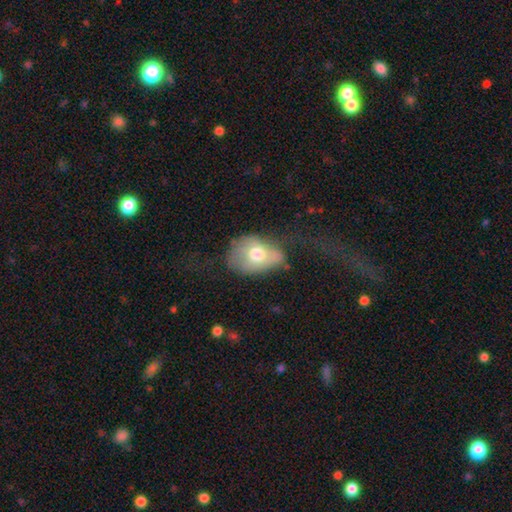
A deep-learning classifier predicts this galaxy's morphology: smooth_or_featured: smooth (p=0.48) [alt: featured or disk p=0.39]
merging: major disturbance (p=0.48) [alt: none p=0.31]